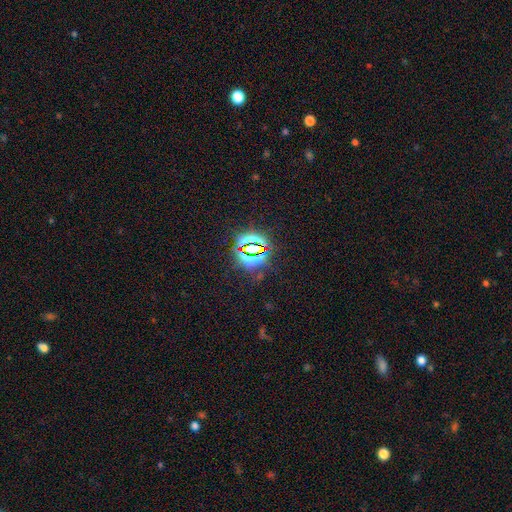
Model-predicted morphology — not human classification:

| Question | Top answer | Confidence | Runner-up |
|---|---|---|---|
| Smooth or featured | star or artifact | 83% | smooth (10%) |